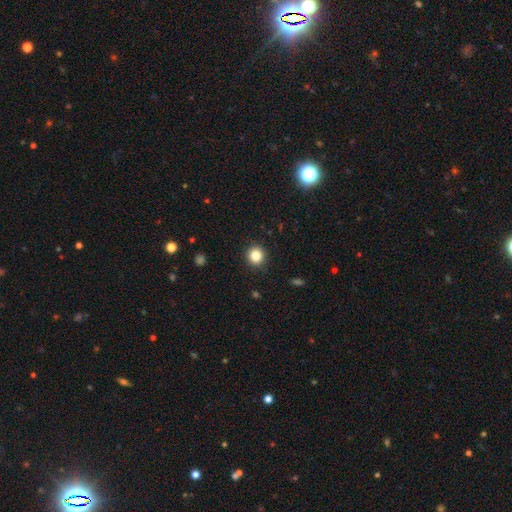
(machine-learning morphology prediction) The model was most divided on "smooth or featured": smooth: 84%, star or artifact: 11%, featured or disk: 5%. More confident: merging — none (92%); how rounded — round (92%).